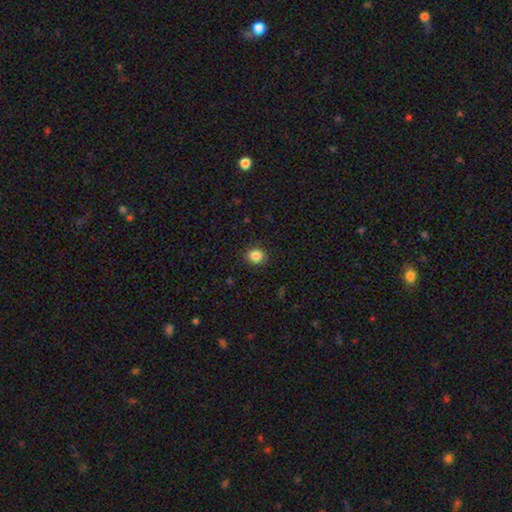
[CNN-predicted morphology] Q: Smooth or featured?
A: smooth (86%); runner-up: star or artifact (10%)
Q: How rounded?
A: round (77%); runner-up: in between (22%)
Q: Merging?
A: none (88%); runner-up: minor disturbance (8%)